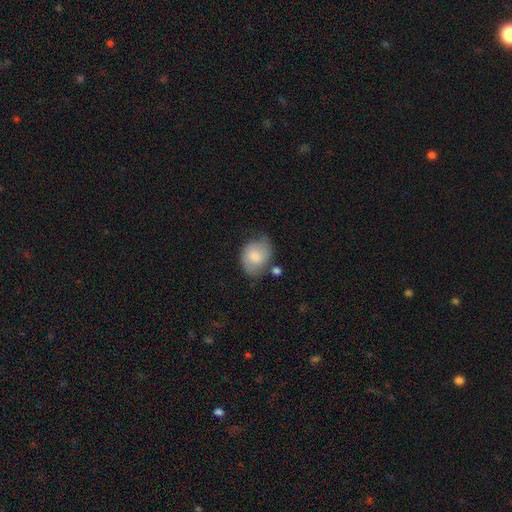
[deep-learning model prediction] The model was most divided on "how rounded": in between: 58%, round: 41%, cigar-shaped: 1%. More confident: smooth or featured — smooth (65%); merging — none (53%).